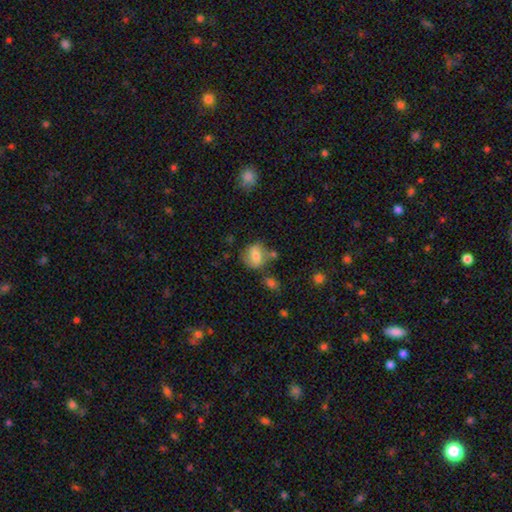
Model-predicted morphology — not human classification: Smooth or featured?
  - smooth: 68% *
  - featured or disk: 23%
  - star or artifact: 9%
How rounded?
  - round: 61% *
  - in between: 38%
  - cigar-shaped: 2%
Merging?
  - none: 60% *
  - minor disturbance: 21%
  - merger: 12%
  - major disturbance: 8%